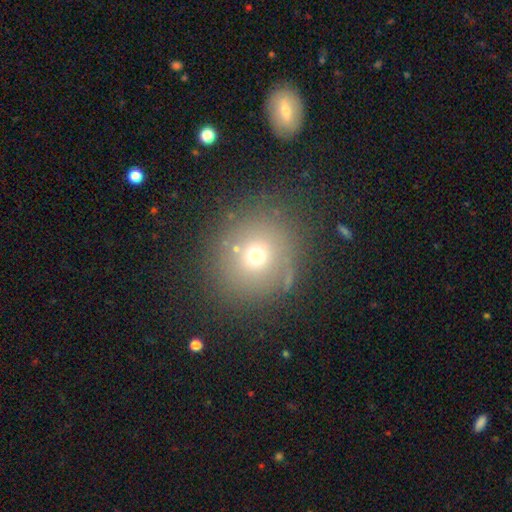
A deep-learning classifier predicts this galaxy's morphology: type=smooth (65%); roundness=round (87%); merging=none (82%).